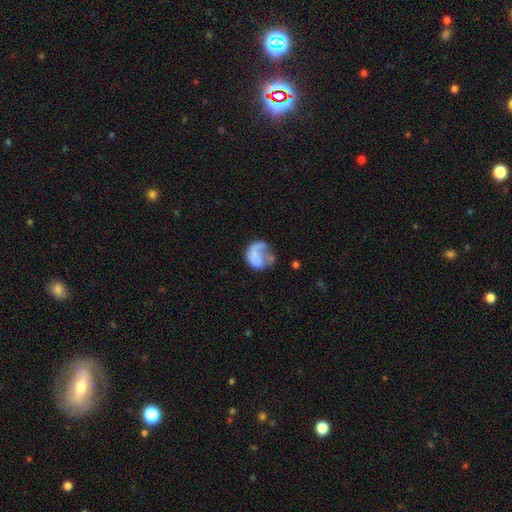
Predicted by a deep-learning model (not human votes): smooth-or-featured: smooth: 51% | featured or disk: 41% | star or artifact: 8%
  how-rounded: round: 63% | in between: 36% | cigar-shaped: 1%
  merging: major disturbance: 38% | none: 31% | minor disturbance: 24% | merger: 7%